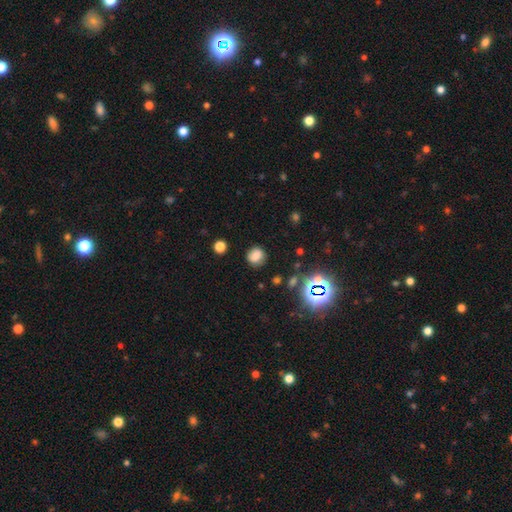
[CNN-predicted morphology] Overall: smooth (76%). How rounded: round (76%). Merging: none (82%).